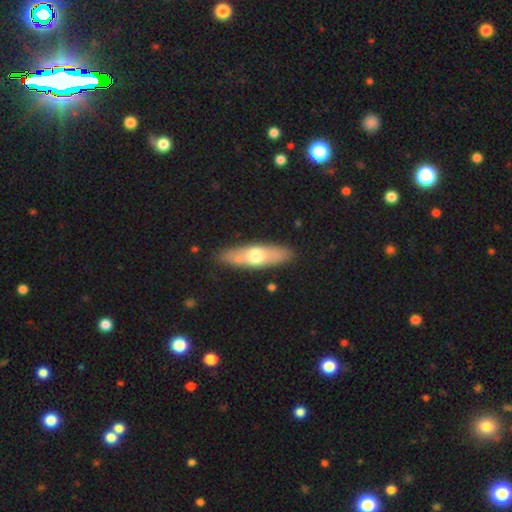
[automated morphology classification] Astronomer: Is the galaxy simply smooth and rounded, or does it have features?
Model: smooth — 53% (runner-up: featured or disk, 42%).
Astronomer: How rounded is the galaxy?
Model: cigar-shaped — 53% (runner-up: in between, 44%).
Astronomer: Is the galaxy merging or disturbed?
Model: none — 84%.